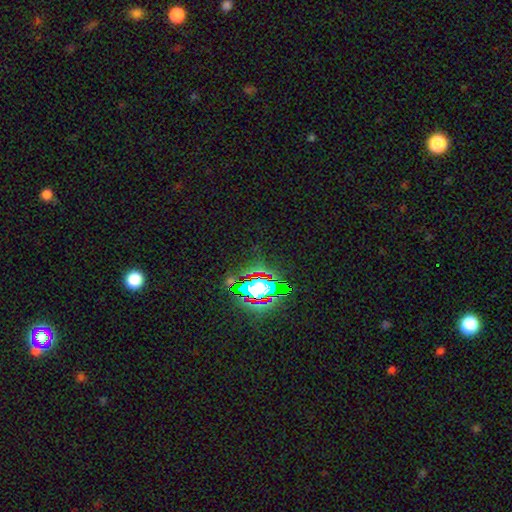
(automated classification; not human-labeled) star or artifact 78%, smooth 12%, featured or disk 10%.